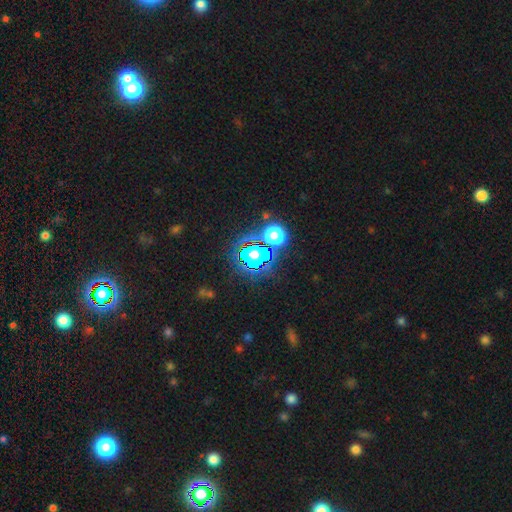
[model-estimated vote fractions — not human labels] Smooth or featured? Predicted: star or artifact (p=0.80).